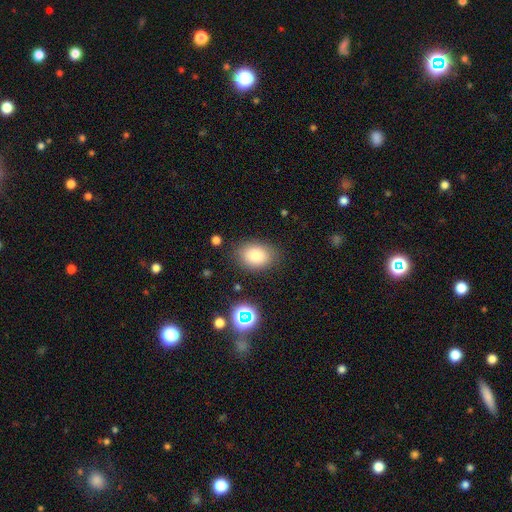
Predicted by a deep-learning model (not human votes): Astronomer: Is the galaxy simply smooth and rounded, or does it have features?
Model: smooth — 83%.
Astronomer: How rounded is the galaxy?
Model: in between — 77%.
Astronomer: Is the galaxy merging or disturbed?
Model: none — 82%.